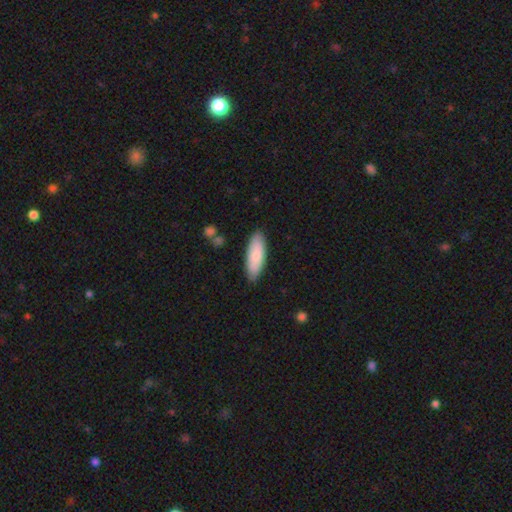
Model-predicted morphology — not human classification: A smooth galaxy with no disk features (82%) that is in between round and cigar-shaped (64%).

Vote fractions:
- Smooth or featured? smooth: 82% / featured or disk: 12% / star or artifact: 5%
- How rounded? in between: 64% / cigar-shaped: 35% / round: 2%
- Merging? none: 87% / minor disturbance: 10% / major disturbance: 2% / merger: 1%